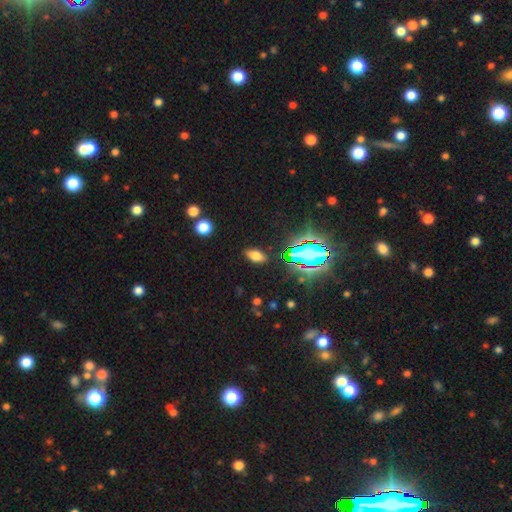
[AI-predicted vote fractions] Morphology: type=smooth (69%); roundness=in between (88%); merging=none (86%).